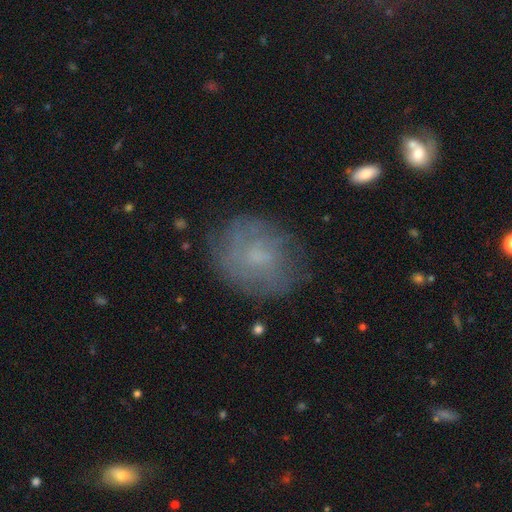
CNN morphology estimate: smooth 49%, featured or disk 40%, star or artifact 11%. Down the decision tree: merging — none (72%).